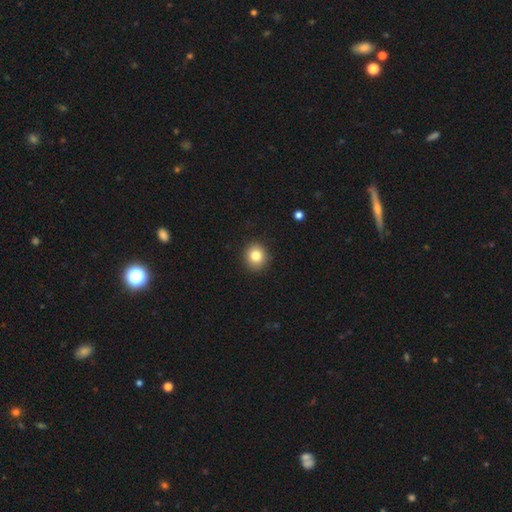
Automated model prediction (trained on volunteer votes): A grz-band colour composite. It shows a smooth galaxy with no disk features (82%) that is round (82%). Merging: none (91%).